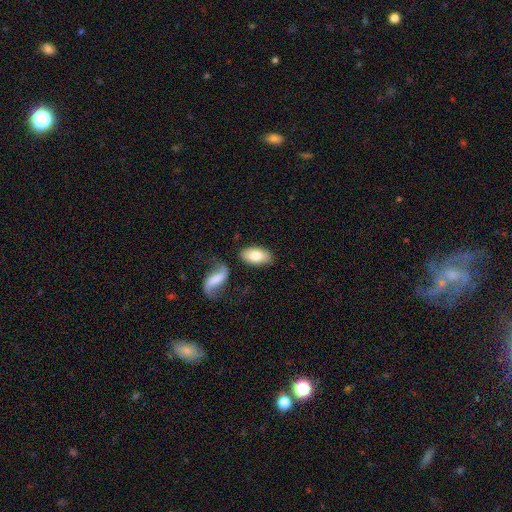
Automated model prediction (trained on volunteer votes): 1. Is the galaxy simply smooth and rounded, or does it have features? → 75% smooth, 19% featured or disk, 6% star or artifact.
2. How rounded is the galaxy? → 93% in between, 4% round, 3% cigar-shaped.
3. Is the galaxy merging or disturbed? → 77% none, 12% minor disturbance, 7% merger, 3% major disturbance.